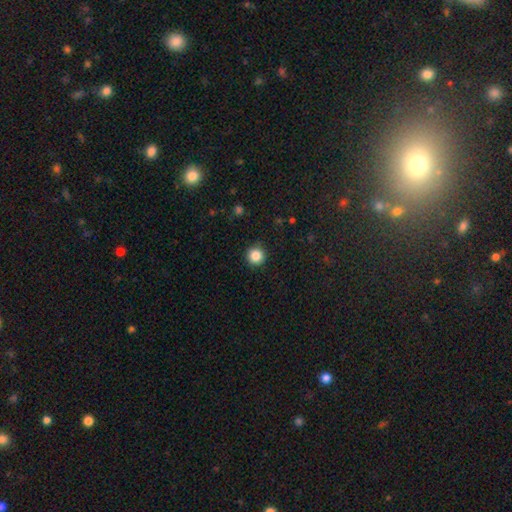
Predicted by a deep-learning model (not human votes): Smooth or featured?
  - smooth: 86% *
  - star or artifact: 10%
  - featured or disk: 4%
How rounded?
  - round: 96% *
  - in between: 3%
  - cigar-shaped: 1%
Merging?
  - none: 92% *
  - minor disturbance: 5%
  - major disturbance: 2%
  - merger: 1%